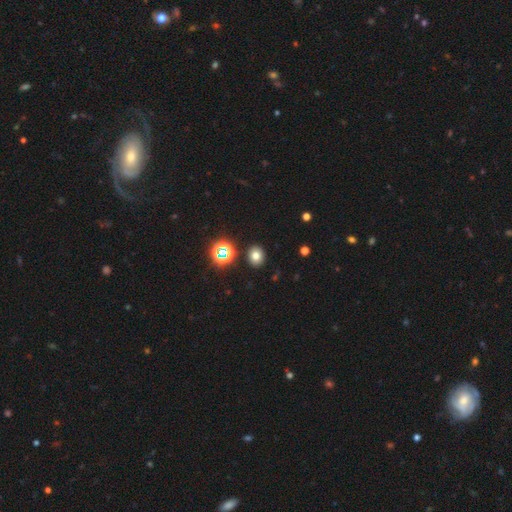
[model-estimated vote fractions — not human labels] This appears to be a smooth galaxy with no disk features (72%) that is round (59%). Merging: none (88%).